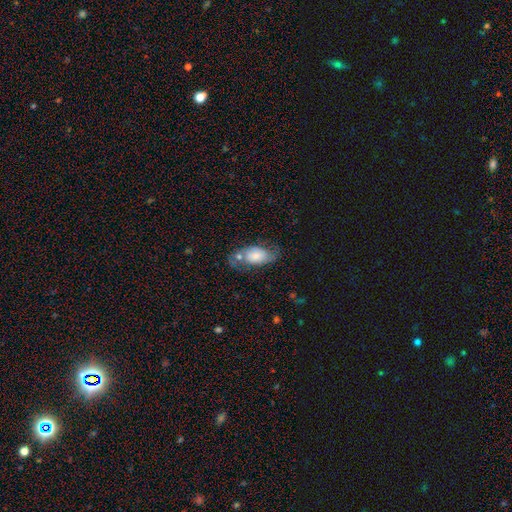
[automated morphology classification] smooth_or_featured: smooth (p=0.58) [alt: featured or disk p=0.34]
how_rounded: in between (p=0.90) [alt: round p=0.07]
merging: none (p=0.43) [alt: minor disturbance p=0.26]